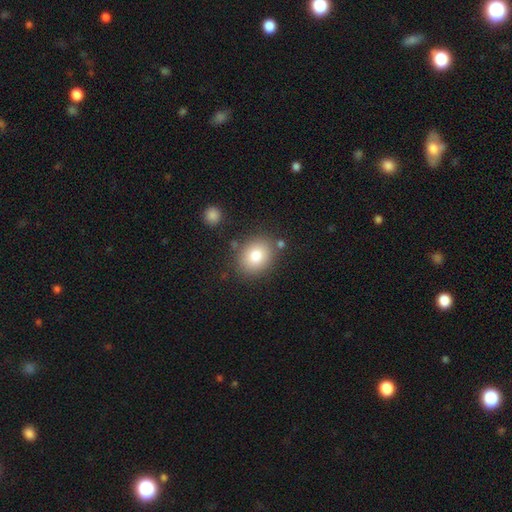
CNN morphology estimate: smooth-or-featured: smooth: 82% | featured or disk: 9% | star or artifact: 9%
  how-rounded: round: 54% | in between: 45% | cigar-shaped: 1%
  merging: none: 80% | minor disturbance: 11% | merger: 5% | major disturbance: 4%